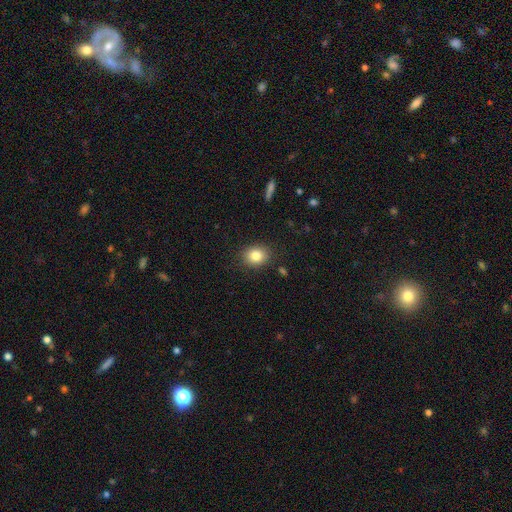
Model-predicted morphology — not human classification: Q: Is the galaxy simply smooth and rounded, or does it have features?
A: smooth — 82%.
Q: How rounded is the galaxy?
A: round — 56%.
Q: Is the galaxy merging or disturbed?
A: none — 86%.